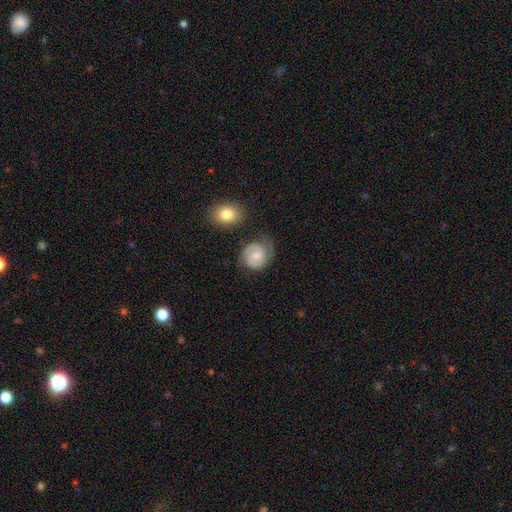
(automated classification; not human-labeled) This appears to be a featured or disk galaxy (60%) with no bar (64%), 2 (76%) tight (53%) spiral arms (92%) and a moderate central bulge (45%). Merging: none (61%).